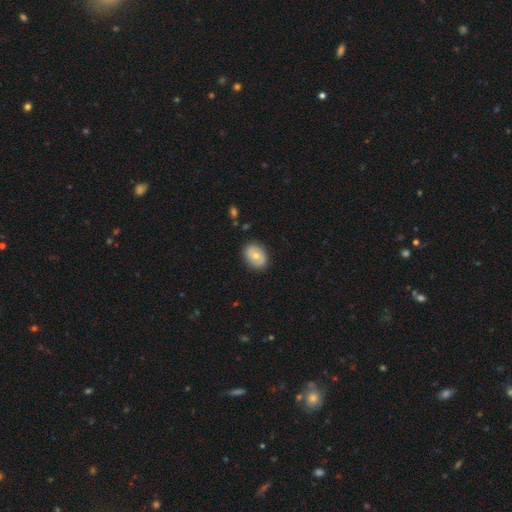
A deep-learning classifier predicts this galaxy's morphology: smooth_or_featured: smooth (p=0.60) [alt: featured or disk p=0.33]
how_rounded: in between (p=0.64) [alt: round p=0.35]
merging: none (p=0.85) [alt: minor disturbance p=0.11]